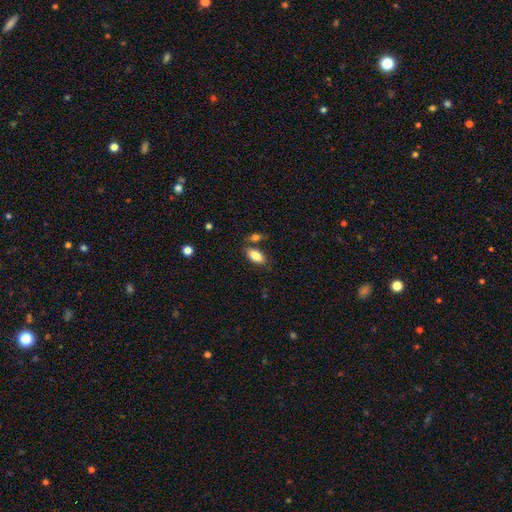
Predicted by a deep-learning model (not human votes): Smooth or featured?
  - smooth: 86% *
  - featured or disk: 7%
  - star or artifact: 7%
How rounded?
  - in between: 91% *
  - cigar-shaped: 6%
  - round: 3%
Merging?
  - none: 73% *
  - minor disturbance: 12%
  - merger: 11%
  - major disturbance: 3%